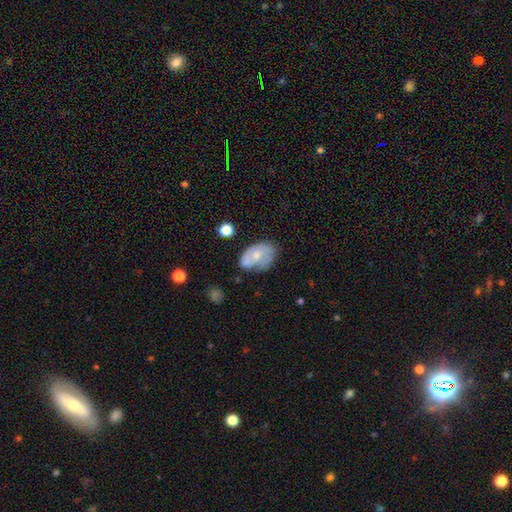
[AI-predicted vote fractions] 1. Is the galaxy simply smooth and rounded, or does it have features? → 52% smooth, 41% featured or disk, 7% star or artifact.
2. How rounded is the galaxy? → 85% in between, 14% round, 1% cigar-shaped.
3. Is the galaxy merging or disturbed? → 43% none, 34% minor disturbance, 14% major disturbance, 10% merger.